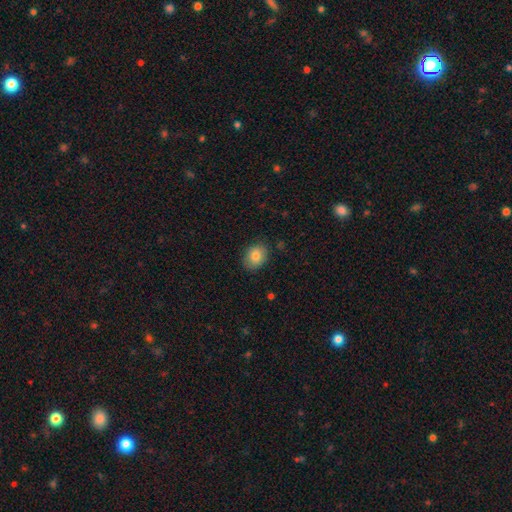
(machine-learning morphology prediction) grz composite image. It shows a smooth galaxy with no disk features (83%) that is in between round and cigar-shaped (56%). Merging: none (84%).